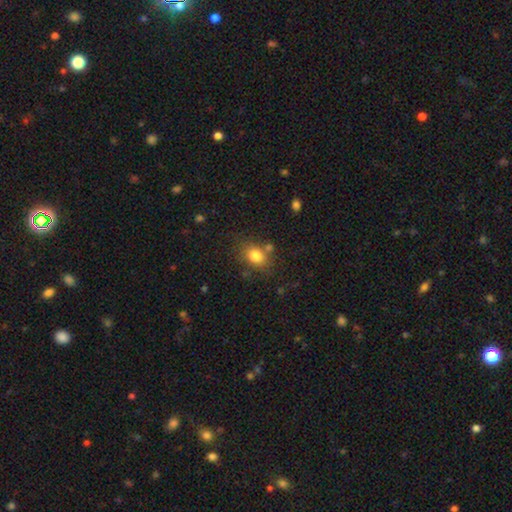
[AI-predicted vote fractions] Smooth or featured: smooth — 80% (star or artifact — 11%)
How rounded: in between — 61% (round — 38%)
Merging: none — 70% (minor disturbance — 16%)